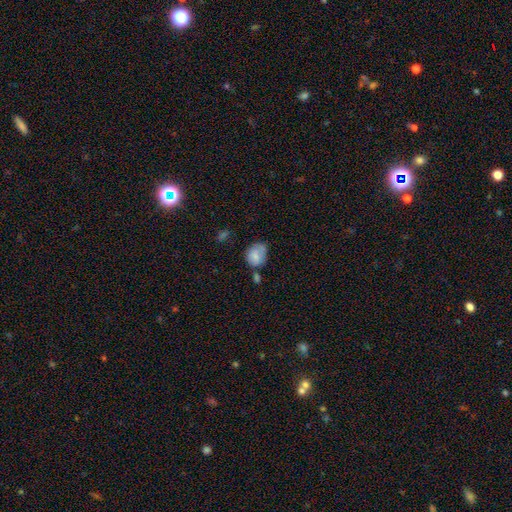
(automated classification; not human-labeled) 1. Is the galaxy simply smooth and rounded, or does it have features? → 78% smooth, 14% featured or disk, 9% star or artifact.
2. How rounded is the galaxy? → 56% in between, 43% round, 1% cigar-shaped.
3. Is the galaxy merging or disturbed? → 42% none, 32% minor disturbance, 15% merger, 11% major disturbance.